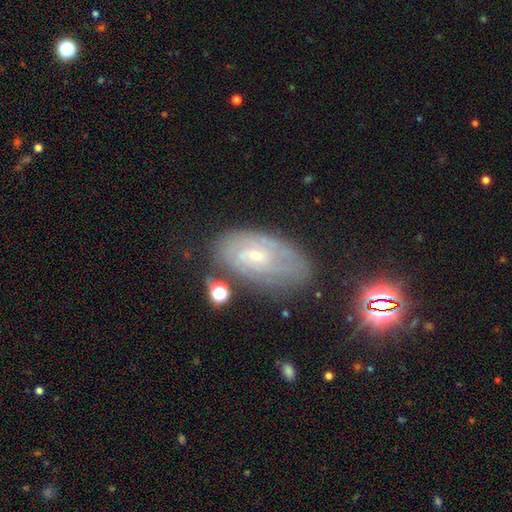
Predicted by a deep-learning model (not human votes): A featured or disk galaxy (68%) with no bar (54%), tight (65%) spiral arms (81%) and a small central bulge (71%). Merging: none (65%).